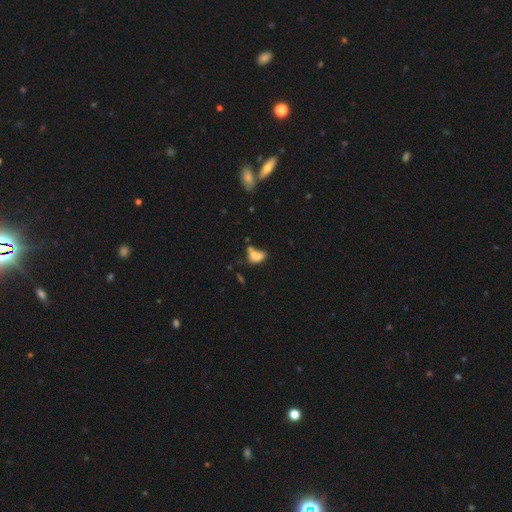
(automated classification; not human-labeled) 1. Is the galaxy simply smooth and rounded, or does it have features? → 69% smooth, 18% featured or disk, 13% star or artifact.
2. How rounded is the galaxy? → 82% in between, 15% round, 4% cigar-shaped.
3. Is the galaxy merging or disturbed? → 41% merger, 26% none, 18% minor disturbance, 15% major disturbance.